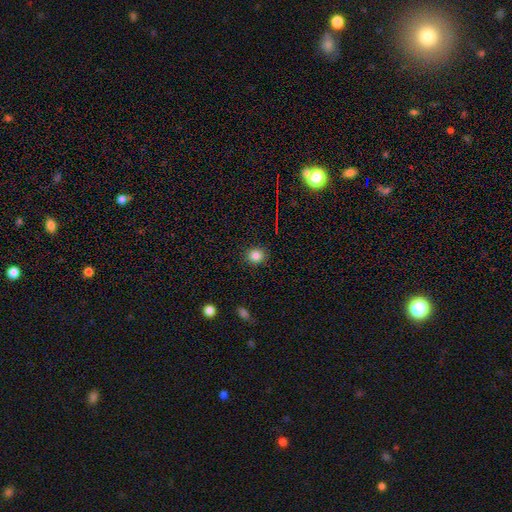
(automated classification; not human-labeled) Smooth or featured?
  - smooth: 83% *
  - star or artifact: 12%
  - featured or disk: 5%
How rounded?
  - round: 84% *
  - in between: 15%
  - cigar-shaped: 1%
Merging?
  - none: 89% *
  - minor disturbance: 8%
  - major disturbance: 2%
  - merger: 1%